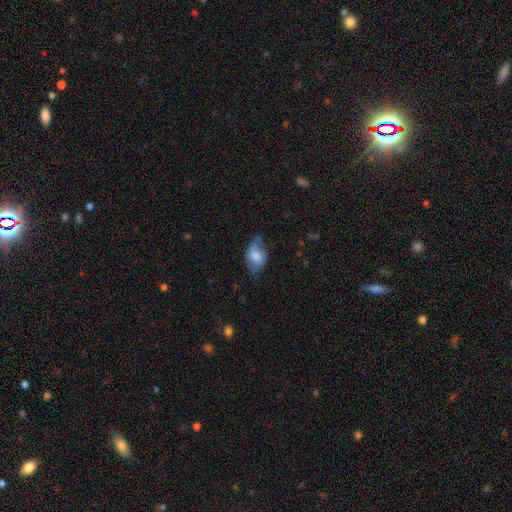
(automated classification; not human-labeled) Smooth or featured? Predicted: smooth (p=0.67). How rounded? Predicted: in between (p=0.84). Merging? Predicted: none (p=0.44).